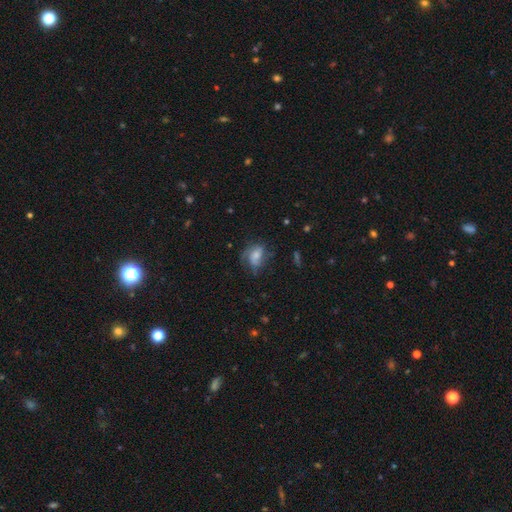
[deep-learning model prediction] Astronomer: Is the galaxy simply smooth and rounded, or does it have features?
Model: featured or disk — 51% (runner-up: smooth, 39%).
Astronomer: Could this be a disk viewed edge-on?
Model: no — 96%.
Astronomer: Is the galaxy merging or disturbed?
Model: none — 50%.